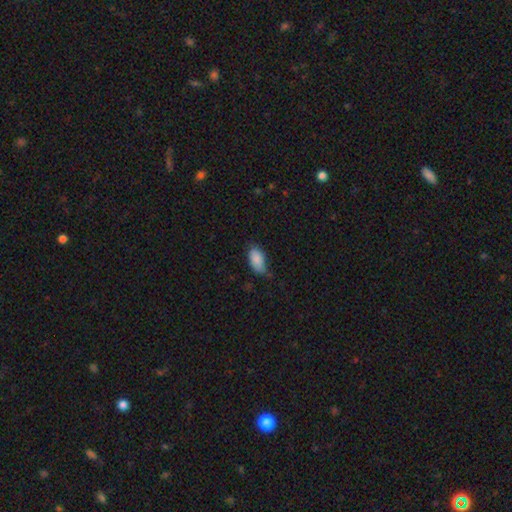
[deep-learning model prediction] smooth_or_featured: smooth (p=0.86) [alt: star or artifact p=0.07]
how_rounded: in between (p=0.93) [alt: cigar-shaped p=0.04]
merging: none (p=0.59) [alt: minor disturbance p=0.33]